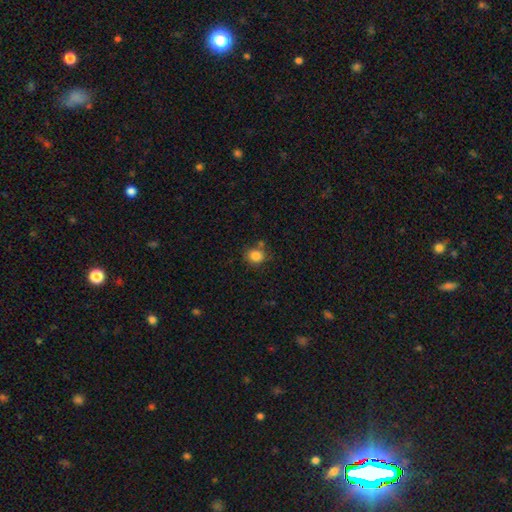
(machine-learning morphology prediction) Q: Smooth or featured?
A: smooth (85%); runner-up: star or artifact (11%)
Q: How rounded?
A: round (80%); runner-up: in between (19%)
Q: Merging?
A: none (73%); runner-up: minor disturbance (14%)